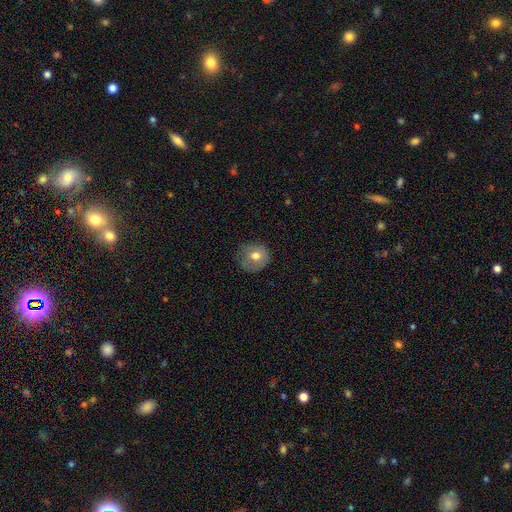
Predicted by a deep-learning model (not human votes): Overall: smooth (73%). How rounded: round (87%). Merging: none (71%).